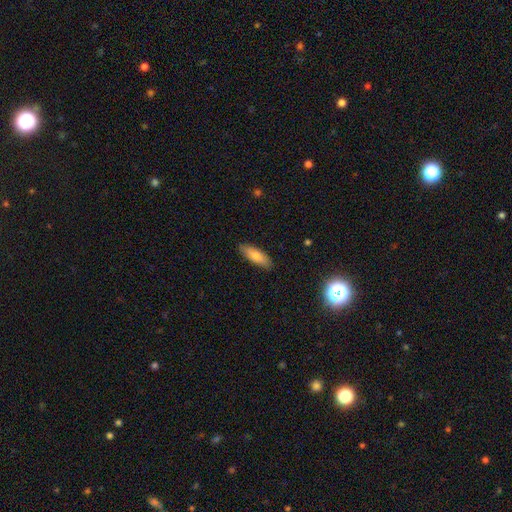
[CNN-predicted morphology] smooth-or-featured: smooth: 79% | featured or disk: 14% | star or artifact: 6%
  how-rounded: in between: 57% | cigar-shaped: 41% | round: 2%
  merging: none: 87% | minor disturbance: 10% | major disturbance: 2% | merger: 1%